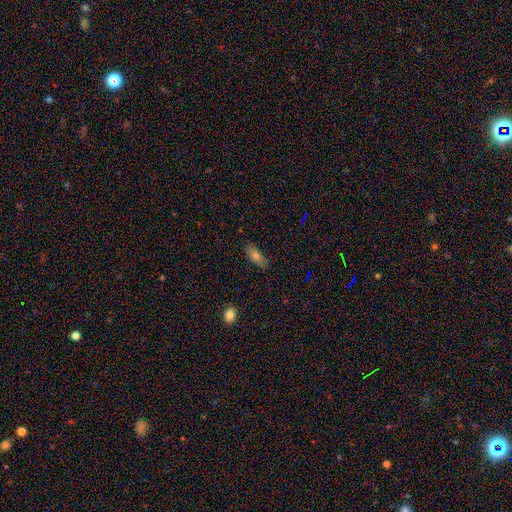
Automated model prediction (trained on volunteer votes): A smooth galaxy with no disk features (69%) that is in between round and cigar-shaped (76%).

Vote fractions:
- Smooth or featured? smooth: 69% / featured or disk: 20% / star or artifact: 12%
- How rounded? in between: 76% / cigar-shaped: 20% / round: 4%
- Merging? none: 82% / minor disturbance: 14% / major disturbance: 3% / merger: 1%